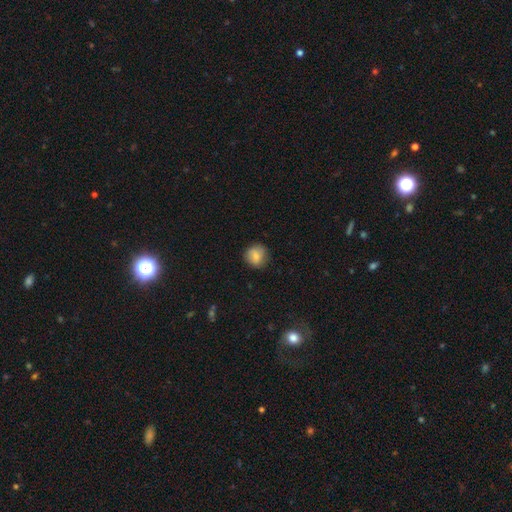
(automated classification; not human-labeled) This appears to be a smooth galaxy with no disk features (78%) that is round (87%). Merging: none (81%).